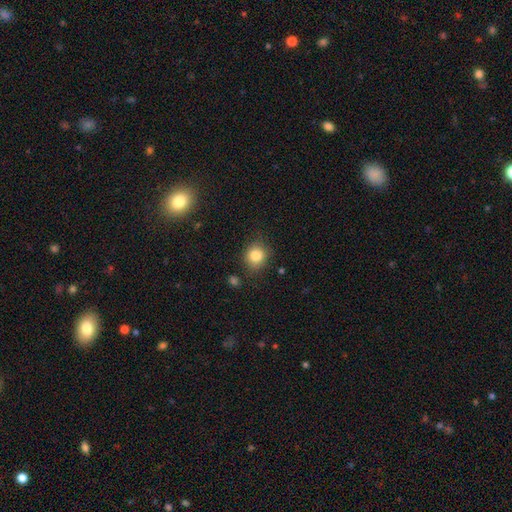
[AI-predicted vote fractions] Smooth or featured?
  - smooth: 83% *
  - star or artifact: 11%
  - featured or disk: 6%
How rounded?
  - round: 79% *
  - in between: 20%
  - cigar-shaped: 1%
Merging?
  - none: 80% *
  - minor disturbance: 14%
  - major disturbance: 4%
  - merger: 2%